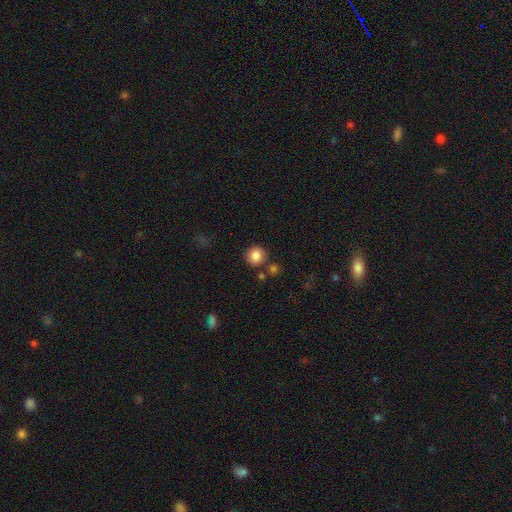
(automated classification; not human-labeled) This is clearly a smooth galaxy (85%). How rounded: clearly round (92%). Merging: clearly none (83%).